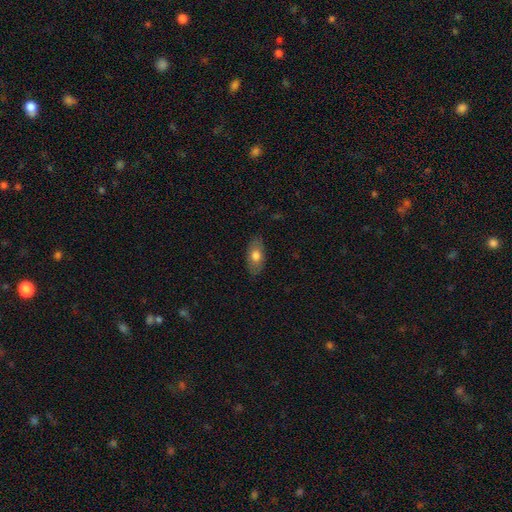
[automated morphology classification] Smooth or featured?
  - smooth: 73% *
  - featured or disk: 21%
  - star or artifact: 7%
How rounded?
  - in between: 90% *
  - round: 5%
  - cigar-shaped: 5%
Merging?
  - none: 84% *
  - minor disturbance: 12%
  - major disturbance: 3%
  - merger: 1%